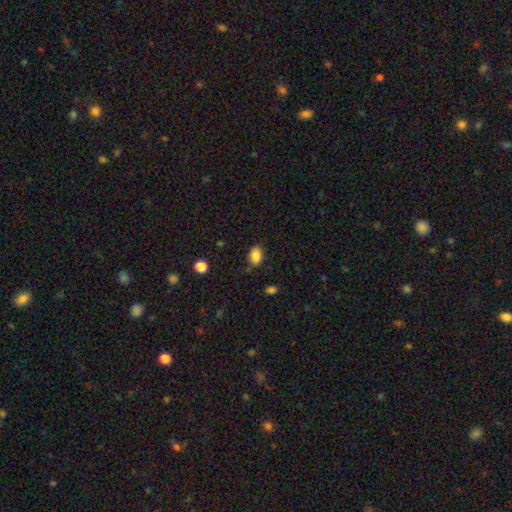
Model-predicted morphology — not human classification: Smooth or featured? smooth (86%)
How rounded? in between (81%)
Merging? none (78%)